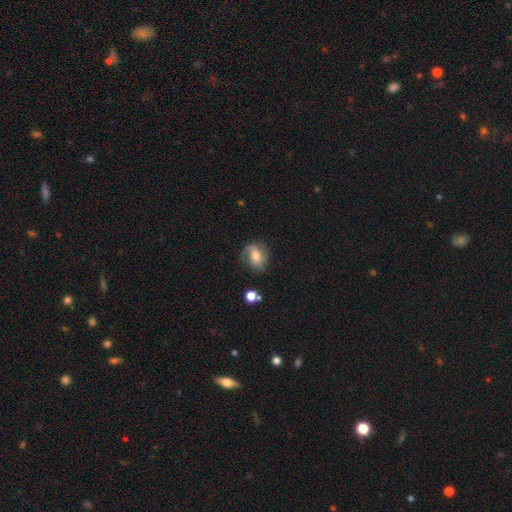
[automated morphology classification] Overall: featured or disk (52%; smooth 38%). Edge-on disk: no (95%). Merging: none (64%).